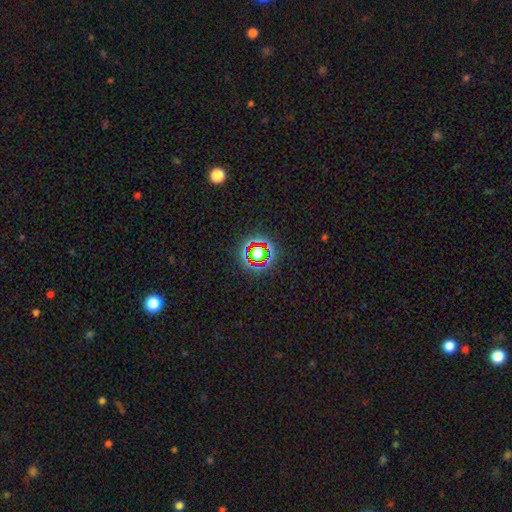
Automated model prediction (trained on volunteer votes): smooth_or_featured: star or artifact (p=0.66) [alt: smooth p=0.21]